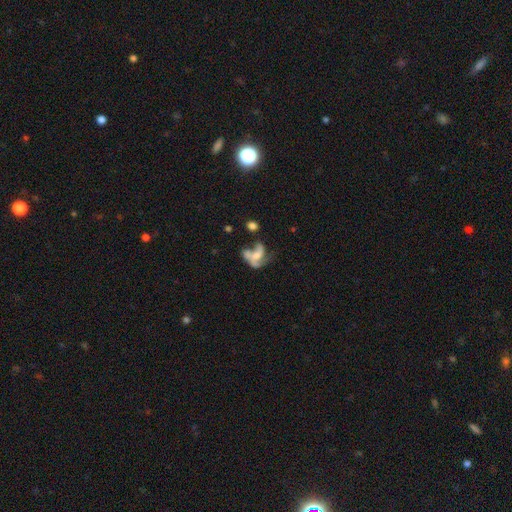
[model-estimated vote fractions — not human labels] The model was most divided on "merging" (2-way tie): major disturbance: 33%, merger: 33%, none: 21%, minor disturbance: 13%. Remaining: edge-on disk — no (97%); bar — no (66%); smooth or featured — featured or disk (62%); spiral arms — yes (61%); bulge size — moderate (34%).